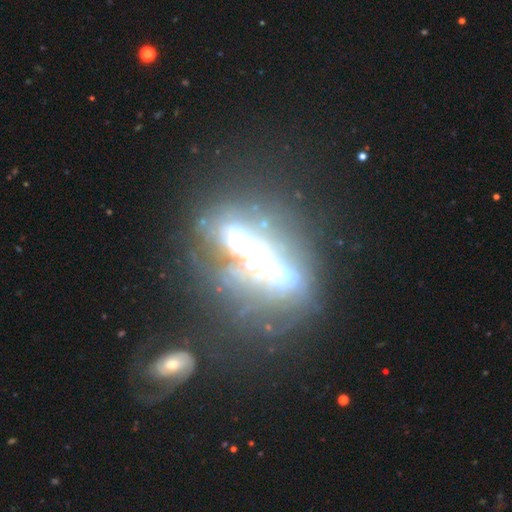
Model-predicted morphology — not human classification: Smooth or featured? Predicted: featured or disk (p=0.64). Edge-on disk? Predicted: no (p=0.53). Merging? Predicted: none (p=0.43).